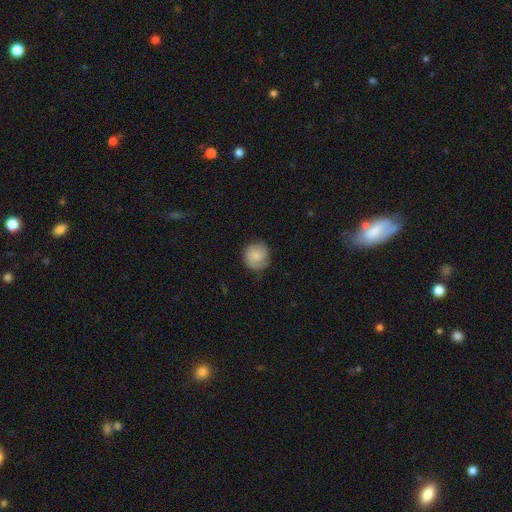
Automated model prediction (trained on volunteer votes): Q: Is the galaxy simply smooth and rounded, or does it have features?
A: smooth — 73%.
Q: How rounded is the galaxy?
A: round — 87%.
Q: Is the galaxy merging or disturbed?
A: none — 71%.